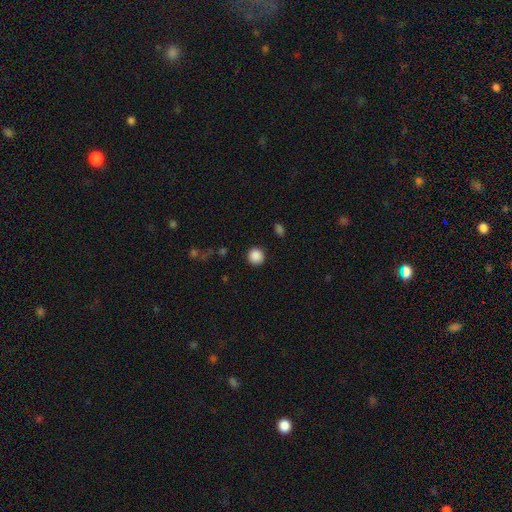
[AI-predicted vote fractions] This appears to be a smooth galaxy with no disk features (88%) that is round (94%). Merging: none (90%).